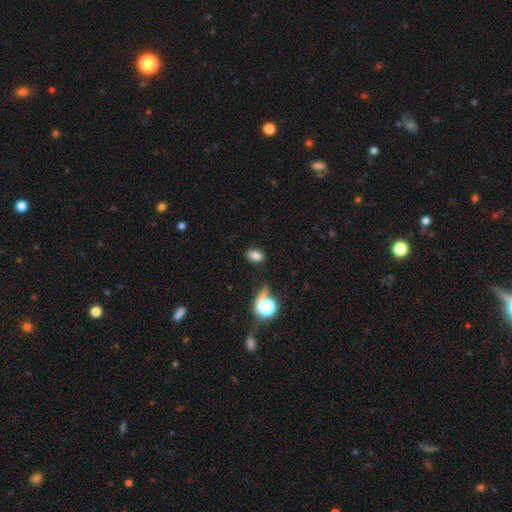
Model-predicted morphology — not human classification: This is likely a smooth galaxy (78%). How rounded: clearly in between (81%). Merging: likely none (77%).